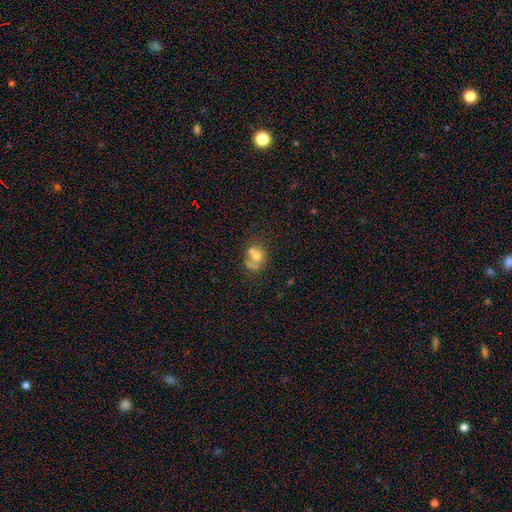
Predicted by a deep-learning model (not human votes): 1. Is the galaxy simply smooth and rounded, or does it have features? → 61% smooth, 25% featured or disk, 13% star or artifact.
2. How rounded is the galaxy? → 63% round, 36% in between, 1% cigar-shaped.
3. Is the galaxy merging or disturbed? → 47% merger, 32% none, 13% minor disturbance, 9% major disturbance.